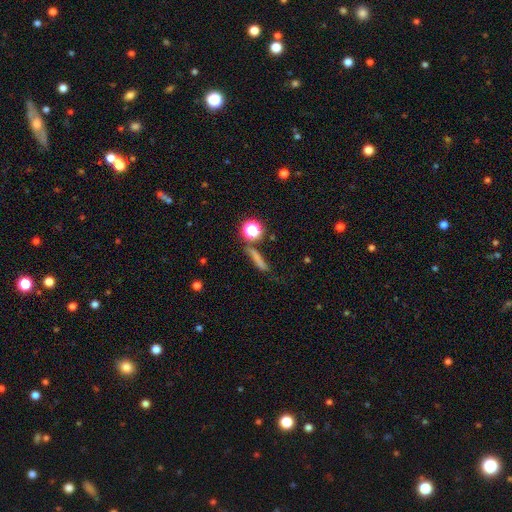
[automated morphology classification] Smooth or featured: smooth — 57% (featured or disk — 22%)
How rounded: cigar-shaped — 72% (round — 15%)
Merging: none — 65% (minor disturbance — 18%)